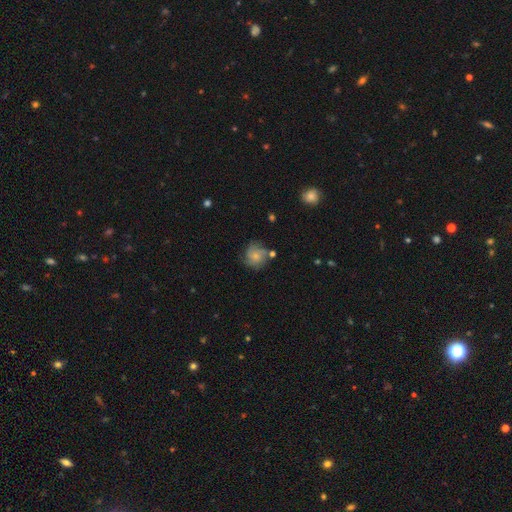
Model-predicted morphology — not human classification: Smooth or featured? featured or disk (47%)
Merging? none (63%)